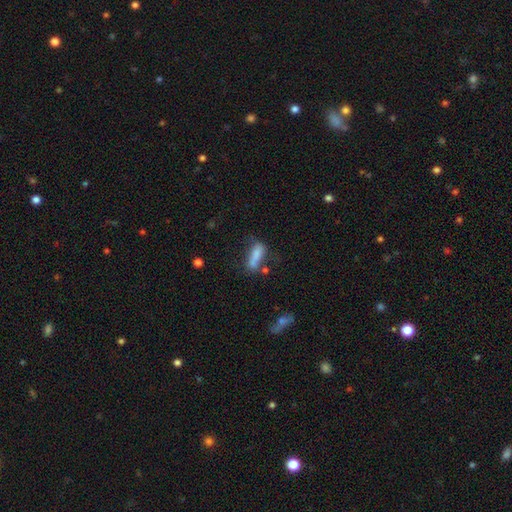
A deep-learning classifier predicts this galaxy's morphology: type=smooth (71%); roundness=in between (56%); merging=none (38%).